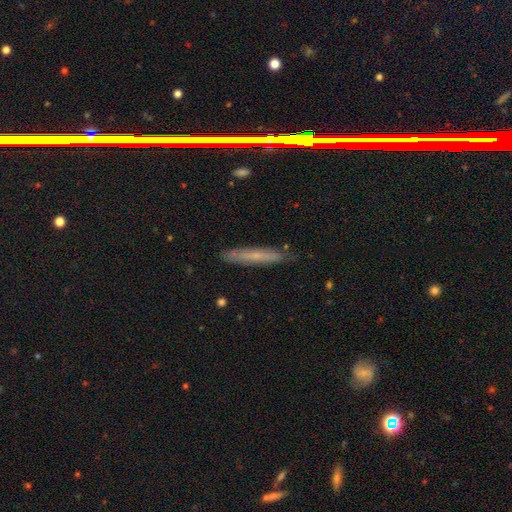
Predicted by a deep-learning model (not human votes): A smooth galaxy with no disk features (57%) that is cigar-shaped (89%).

Vote fractions:
- Smooth or featured? smooth: 57% / featured or disk: 32% / star or artifact: 11%
- How rounded? cigar-shaped: 89% / in between: 9% / round: 2%
- Merging? none: 82% / minor disturbance: 14% / major disturbance: 2% / merger: 1%